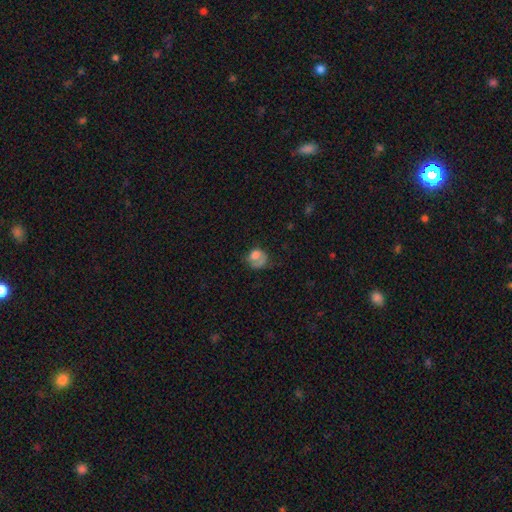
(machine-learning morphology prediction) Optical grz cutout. It shows a smooth galaxy with no disk features (61%) that is round (55%). Merging: none (36%).